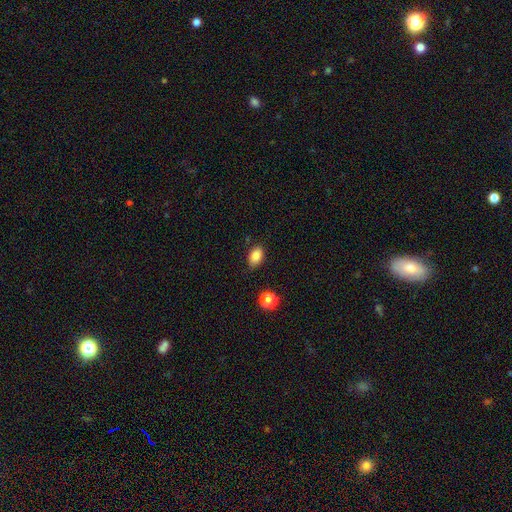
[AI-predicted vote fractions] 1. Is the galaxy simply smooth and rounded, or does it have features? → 85% smooth, 10% star or artifact, 5% featured or disk.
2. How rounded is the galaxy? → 84% in between, 15% round, 1% cigar-shaped.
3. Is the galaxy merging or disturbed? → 80% none, 15% minor disturbance, 3% major disturbance, 2% merger.